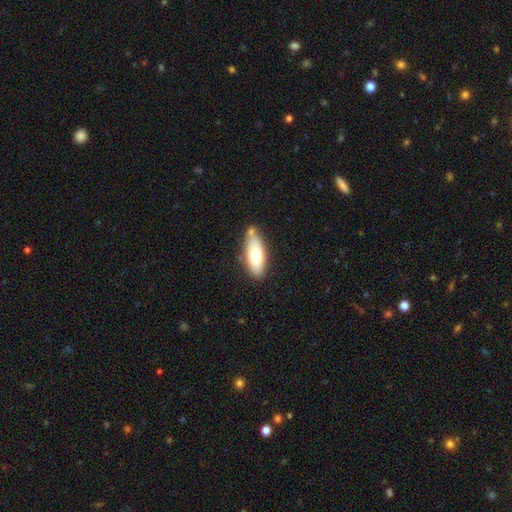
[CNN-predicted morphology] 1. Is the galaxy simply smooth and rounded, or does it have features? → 71% smooth, 23% featured or disk, 6% star or artifact.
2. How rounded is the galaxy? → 76% in between, 22% cigar-shaped, 2% round.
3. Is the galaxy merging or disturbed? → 67% none, 18% minor disturbance, 11% merger, 4% major disturbance.